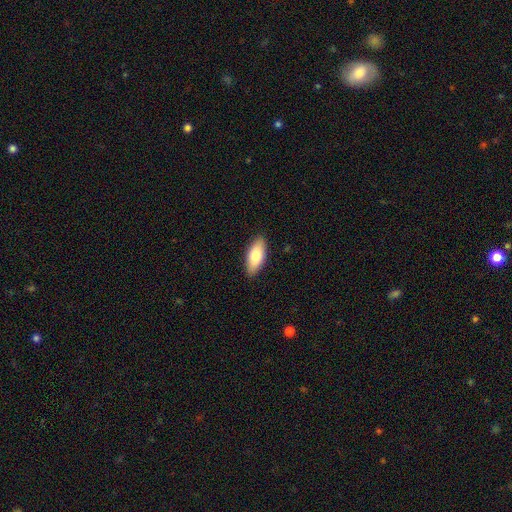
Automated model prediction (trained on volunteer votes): This appears to be a smooth galaxy with no disk features (78%) that is in between round and cigar-shaped (83%). Merging: none (88%).